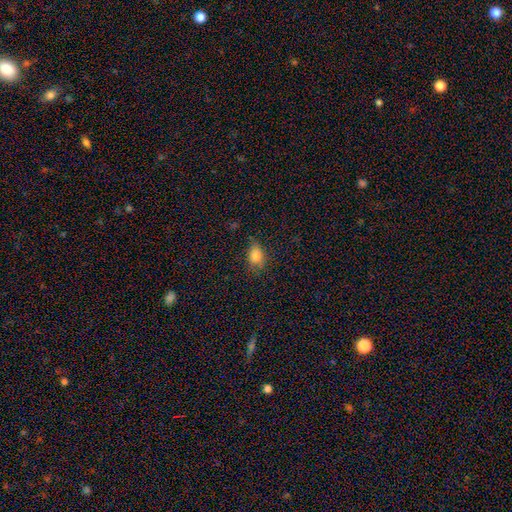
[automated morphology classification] This is clearly a smooth galaxy (83%). How rounded: likely in between (76%). Merging: likely none (72%).